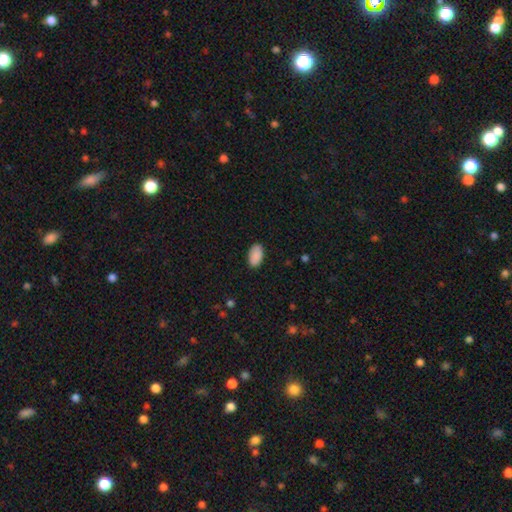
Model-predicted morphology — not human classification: A smooth galaxy with no disk features (90%) that is in between round and cigar-shaped (95%). Merging: none (87%).